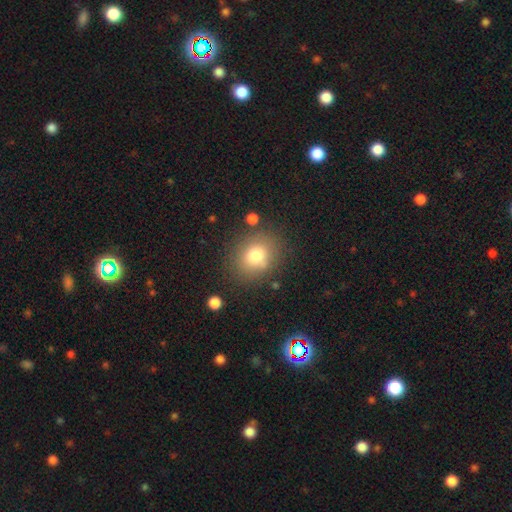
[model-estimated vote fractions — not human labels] The model was most divided on "how rounded": round: 63%, in between: 36%, cigar-shaped: 1%. More confident: merging — none (77%); smooth or featured — smooth (77%).